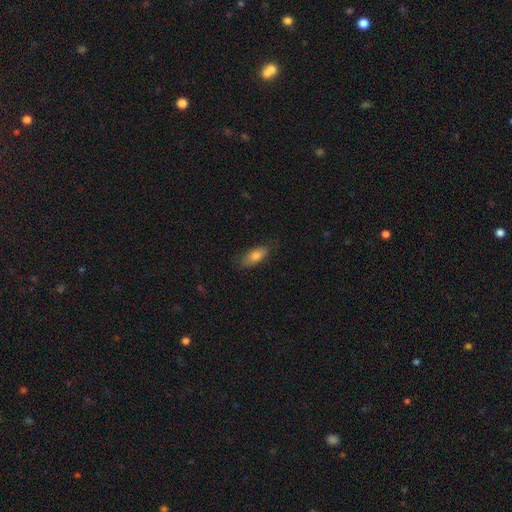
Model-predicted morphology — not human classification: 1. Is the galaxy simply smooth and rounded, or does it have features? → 78% smooth, 15% featured or disk, 7% star or artifact.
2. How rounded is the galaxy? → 83% in between, 14% cigar-shaped, 3% round.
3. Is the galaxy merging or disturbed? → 79% none, 17% minor disturbance, 4% major disturbance, 1% merger.